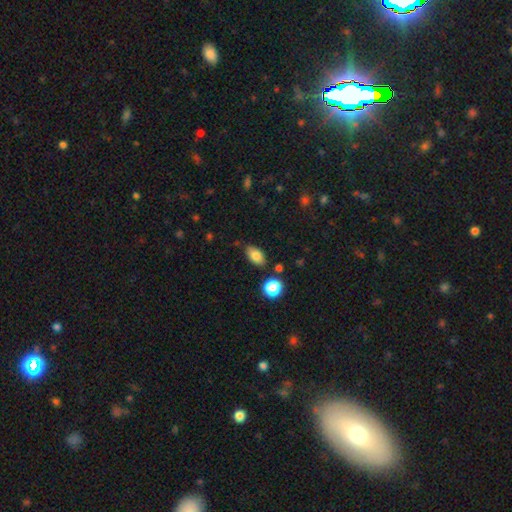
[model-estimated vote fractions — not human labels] The model was most divided on "merging": none: 79%, minor disturbance: 14%, merger: 4%, major disturbance: 3%. More confident: how rounded — in between (88%); smooth or featured — smooth (83%).